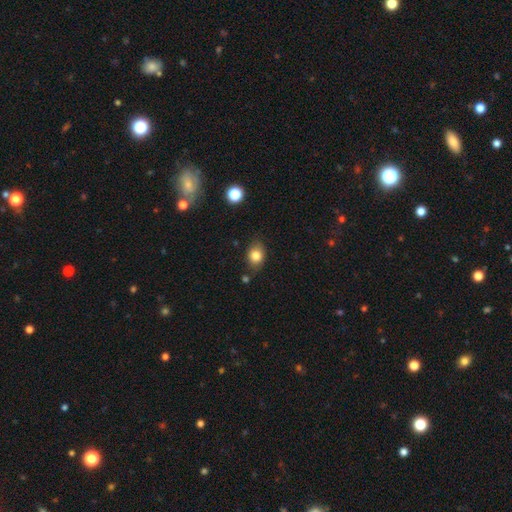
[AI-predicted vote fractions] smooth 82%, star or artifact 10%, featured or disk 8%. Down the decision tree: how rounded — in between (61%); merging — none (76%).